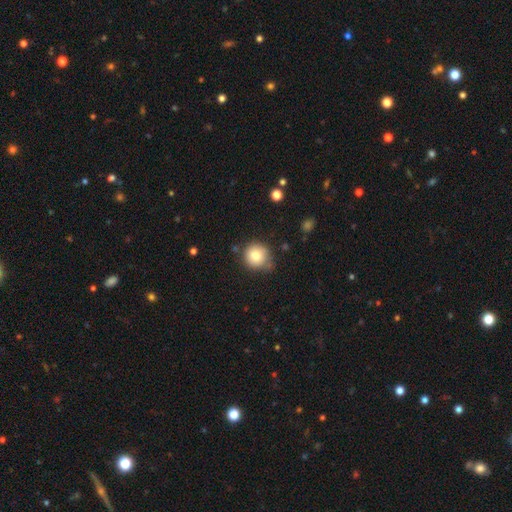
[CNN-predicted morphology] Smooth or featured?
  - smooth: 80% *
  - star or artifact: 10%
  - featured or disk: 10%
How rounded?
  - round: 91% *
  - in between: 8%
  - cigar-shaped: 1%
Merging?
  - none: 70% *
  - minor disturbance: 21%
  - major disturbance: 5%
  - merger: 4%